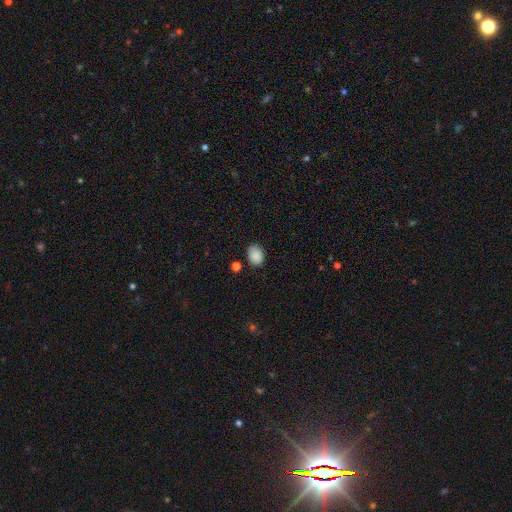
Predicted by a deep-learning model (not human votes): Smooth or featured? smooth (87%)
How rounded? in between (68%)
Merging? none (77%)